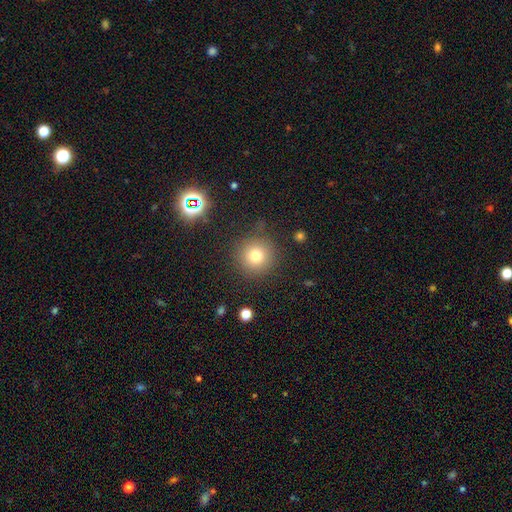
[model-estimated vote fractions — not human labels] smooth_or_featured: smooth (p=0.75) [alt: star or artifact p=0.15]
how_rounded: round (p=0.95) [alt: in between p=0.04]
merging: none (p=0.86) [alt: minor disturbance p=0.08]